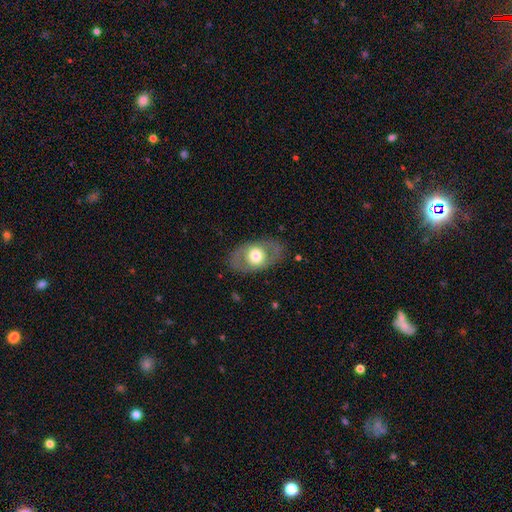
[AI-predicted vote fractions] Q: Smooth or featured?
A: smooth (48%); runner-up: featured or disk (46%)
Q: Merging?
A: none (80%); runner-up: minor disturbance (12%)